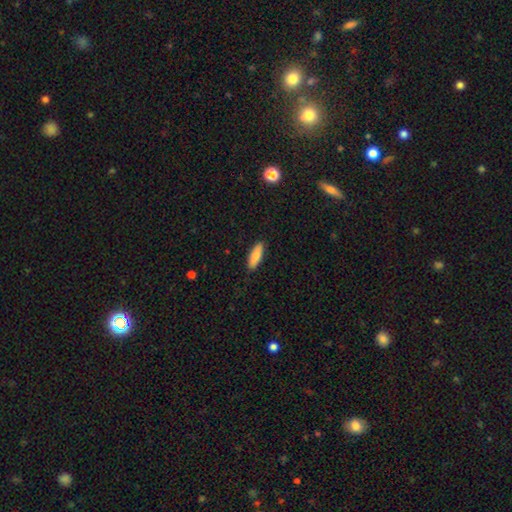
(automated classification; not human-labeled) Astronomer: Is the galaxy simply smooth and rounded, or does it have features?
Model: smooth — 80%.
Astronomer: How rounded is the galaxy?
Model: in between — 54% (runner-up: cigar-shaped, 44%).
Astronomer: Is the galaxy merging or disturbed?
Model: none — 87%.